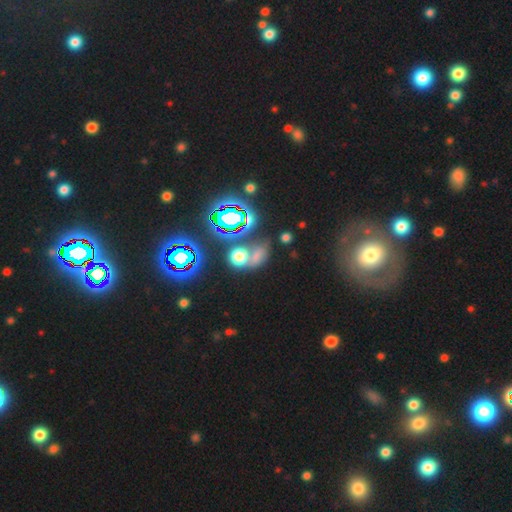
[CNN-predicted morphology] A smooth galaxy with no disk features (46%).

Vote fractions:
- Smooth or featured? smooth: 46% / star or artifact: 41% / featured or disk: 13%
- Merging? none: 44% / merger: 30% / minor disturbance: 14% / major disturbance: 12%